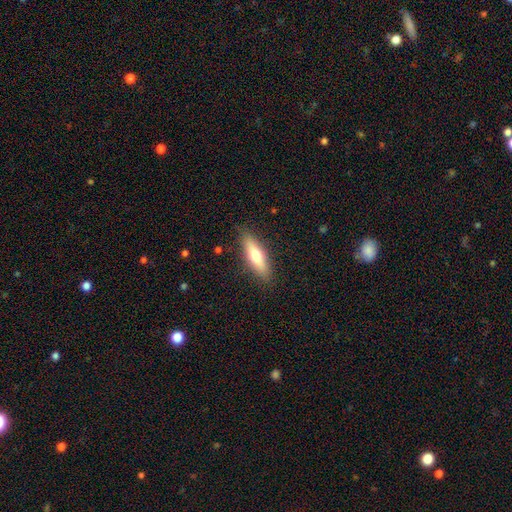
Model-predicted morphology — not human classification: The model was most divided on "how rounded": cigar-shaped: 58%, in between: 40%, round: 2%. More confident: merging — none (86%); smooth or featured — smooth (59%).